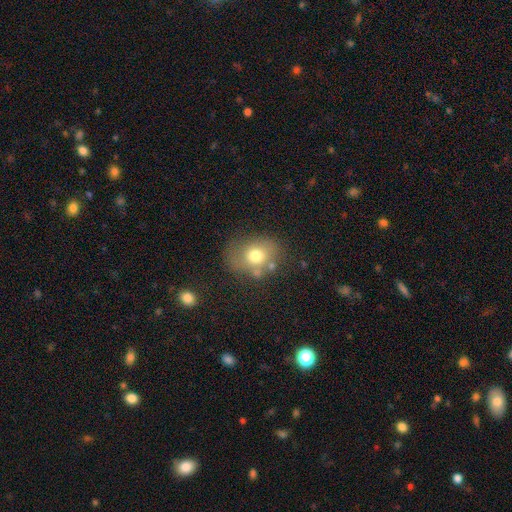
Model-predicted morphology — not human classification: smooth_or_featured: smooth (p=0.70) [alt: featured or disk p=0.20]
how_rounded: in between (p=0.54) [alt: round p=0.45]
merging: none (p=0.58) [alt: minor disturbance p=0.23]